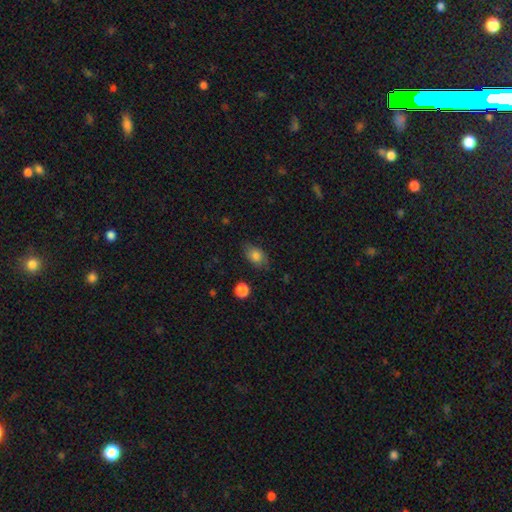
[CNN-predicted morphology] type=smooth (79%); roundness=in between (84%); merging=none (75%).